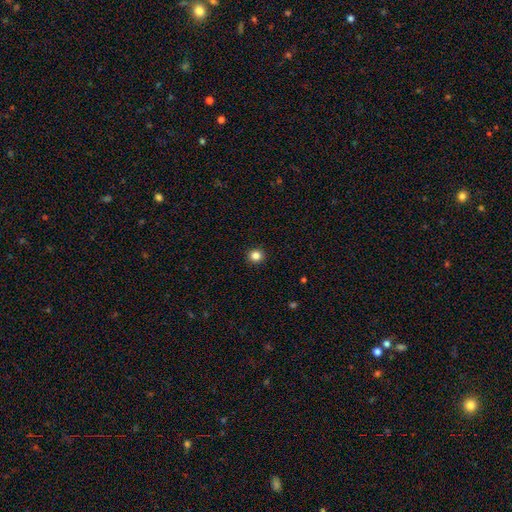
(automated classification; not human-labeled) Smooth or featured?
  - smooth: 85% *
  - star or artifact: 12%
  - featured or disk: 4%
How rounded?
  - round: 91% *
  - in between: 8%
  - cigar-shaped: 1%
Merging?
  - none: 93% *
  - minor disturbance: 4%
  - major disturbance: 2%
  - merger: 1%